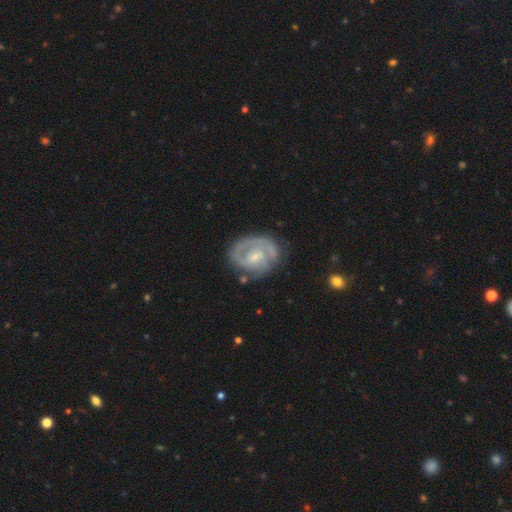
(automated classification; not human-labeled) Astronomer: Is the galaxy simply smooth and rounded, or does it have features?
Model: featured or disk — 82%.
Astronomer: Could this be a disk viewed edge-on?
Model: no — 97%.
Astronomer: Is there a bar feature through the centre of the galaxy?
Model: no — 47% (runner-up: weak, 44%).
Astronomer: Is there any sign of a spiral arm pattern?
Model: yes — 91%.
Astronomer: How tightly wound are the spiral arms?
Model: tight — 56% (runner-up: medium, 34%).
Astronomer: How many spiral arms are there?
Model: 2 — 52%.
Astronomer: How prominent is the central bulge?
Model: small — 51% (runner-up: moderate, 37%).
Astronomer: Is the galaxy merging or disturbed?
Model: none — 66%.